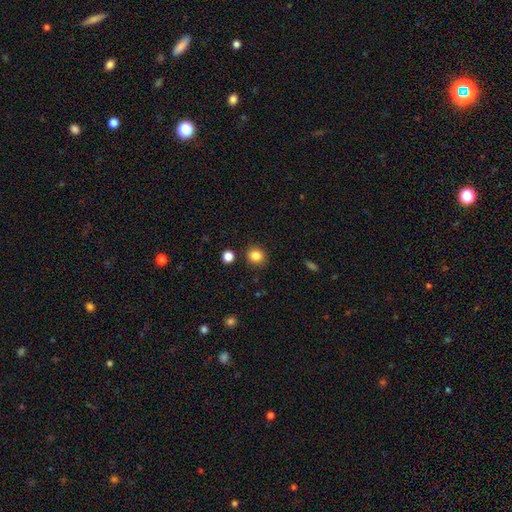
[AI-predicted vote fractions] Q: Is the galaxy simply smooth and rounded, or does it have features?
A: smooth — 84%.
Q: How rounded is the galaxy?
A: round — 83%.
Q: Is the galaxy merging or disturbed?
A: none — 87%.